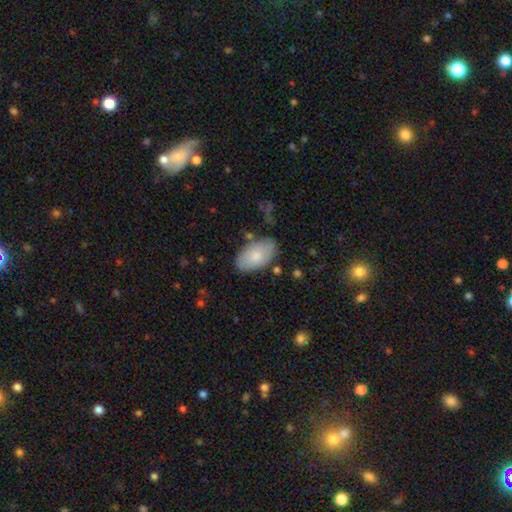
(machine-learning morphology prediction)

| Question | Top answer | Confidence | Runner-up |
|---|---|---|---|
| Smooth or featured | smooth | 79% | featured or disk (16%) |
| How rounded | in between | 95% | round (4%) |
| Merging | none | 78% | minor disturbance (15%) |